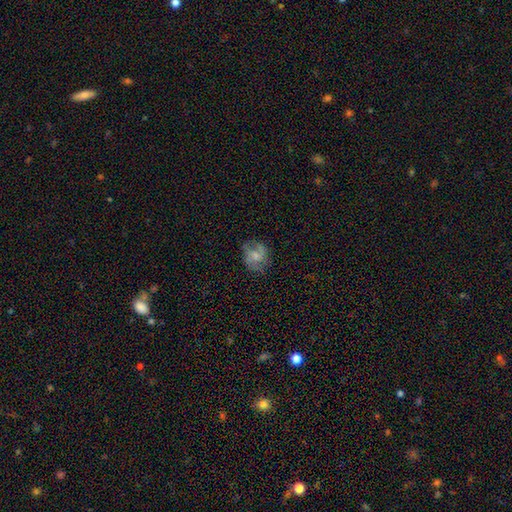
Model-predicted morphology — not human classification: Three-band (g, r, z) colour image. It shows a featured or disk galaxy (49%). Merging: none (61%).